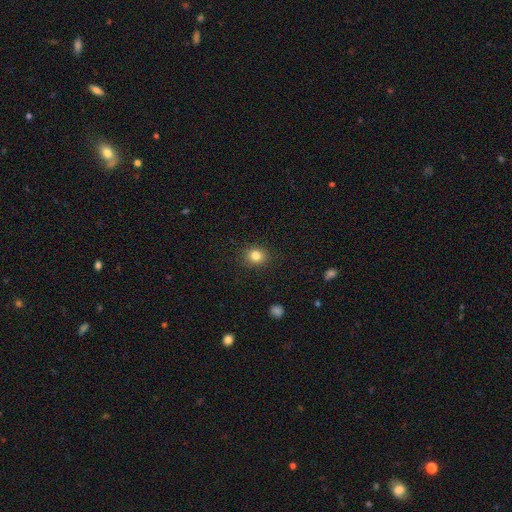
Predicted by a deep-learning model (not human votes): Smooth or featured? Predicted: smooth (p=0.83). How rounded? Predicted: round (p=0.75). Merging? Predicted: none (p=0.89).